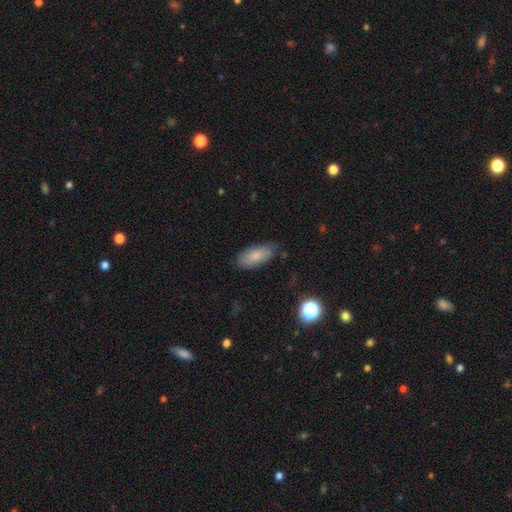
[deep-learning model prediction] Smooth or featured? smooth (81%)
How rounded? in between (85%)
Merging? none (79%)